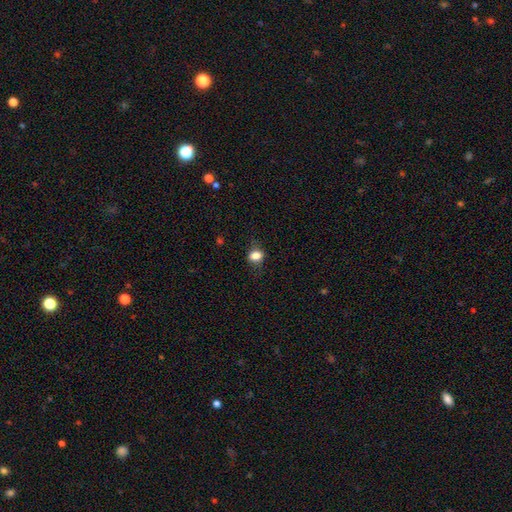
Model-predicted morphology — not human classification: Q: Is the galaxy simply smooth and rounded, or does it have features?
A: smooth — 80%.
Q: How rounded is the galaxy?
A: in between — 62%.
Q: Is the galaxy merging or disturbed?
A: none — 73%.